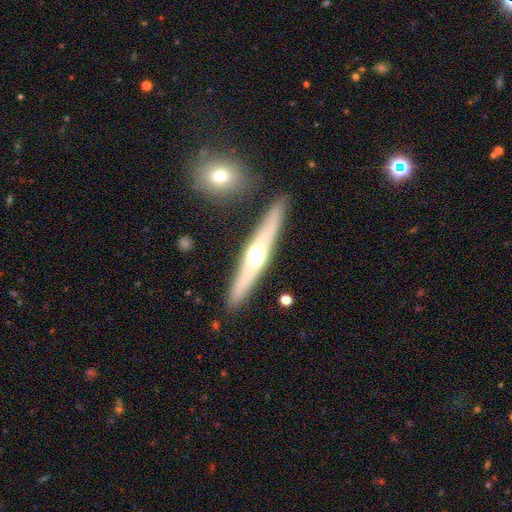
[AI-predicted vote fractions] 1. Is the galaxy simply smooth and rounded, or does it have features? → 68% featured or disk, 26% smooth, 6% star or artifact.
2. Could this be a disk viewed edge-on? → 94% yes, 6% no.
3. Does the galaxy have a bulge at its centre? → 89% rounded, 6% none, 5% boxy.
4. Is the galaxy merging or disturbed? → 87% none, 8% minor disturbance, 3% merger, 2% major disturbance.